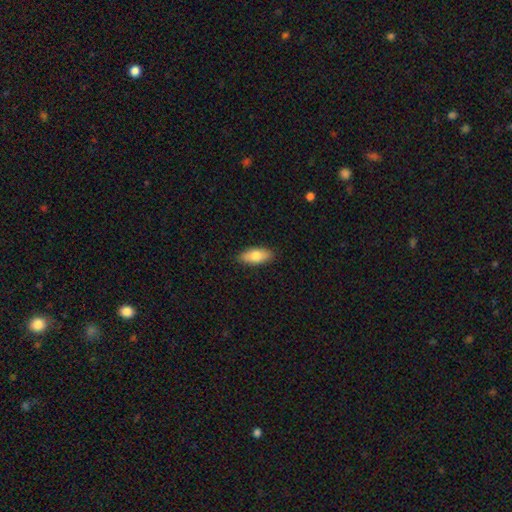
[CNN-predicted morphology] type=smooth (80%); roundness=in between (86%); merging=none (87%).